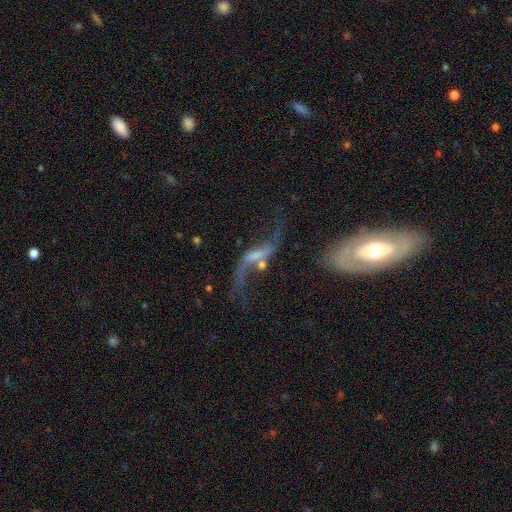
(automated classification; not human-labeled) This is clearly a featured or disk galaxy (82%). It is clearly not viewed edge-on (91%). Bar: marginally weak (42%). Spiral arm pattern: clearly yes (91%). Spiral arm count: clearly 2 (90%). Spiral winding: clearly loose (94%). Central bulge: marginally small (42%). Merging: marginally none (45%).